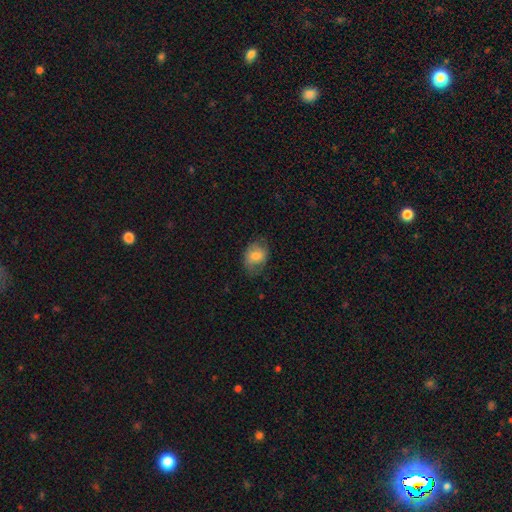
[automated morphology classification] This appears to be a smooth galaxy with no disk features (76%) that is in between round and cigar-shaped (68%). Merging: none (64%).